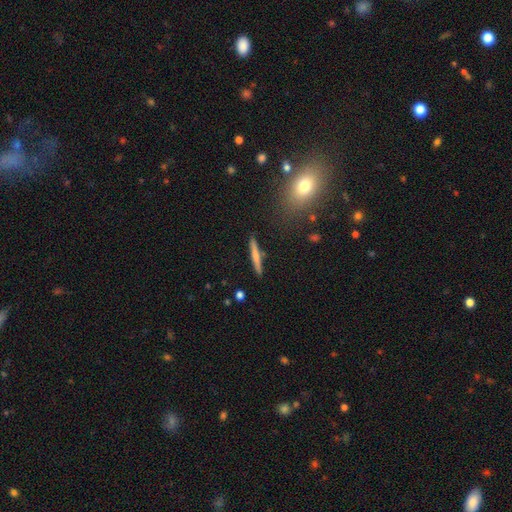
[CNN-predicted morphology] Smooth or featured?
  - smooth: 54% *
  - featured or disk: 39%
  - star or artifact: 7%
How rounded?
  - cigar-shaped: 94% *
  - in between: 4%
  - round: 2%
Merging?
  - none: 88% *
  - minor disturbance: 8%
  - merger: 2%
  - major disturbance: 2%